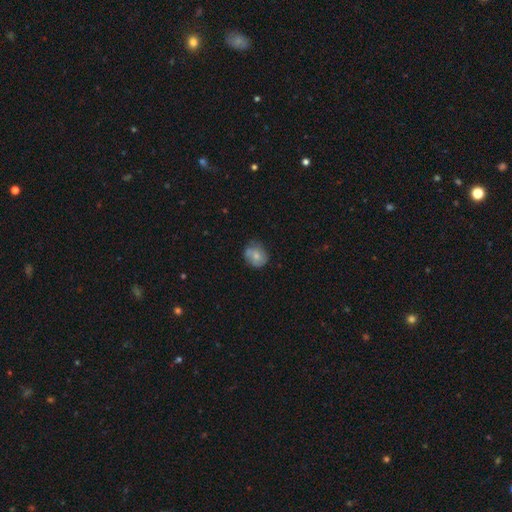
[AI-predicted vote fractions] The model was most divided on "how rounded": round: 63%, in between: 36%, cigar-shaped: 1%. More confident: smooth or featured — smooth (63%); merging — none (58%).